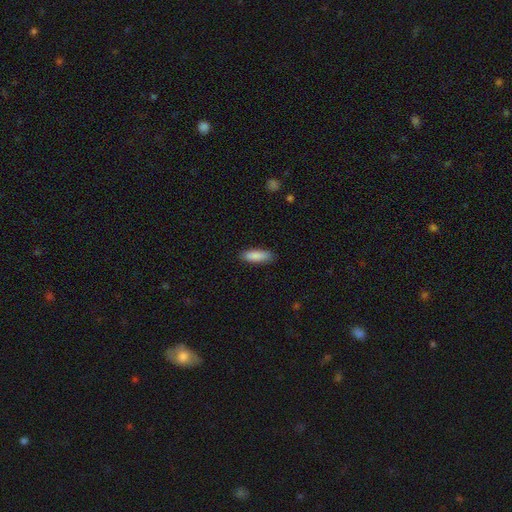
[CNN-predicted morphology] type=smooth (88%); roundness=in between (56%); merging=none (87%).